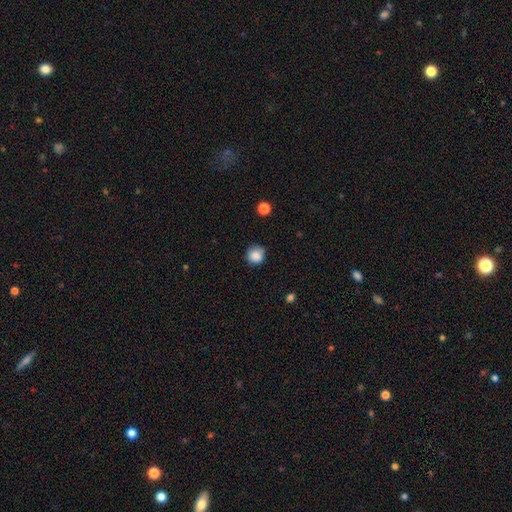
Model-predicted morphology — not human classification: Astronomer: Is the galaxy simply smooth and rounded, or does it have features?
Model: smooth — 86%.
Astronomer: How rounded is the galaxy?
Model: round — 91%.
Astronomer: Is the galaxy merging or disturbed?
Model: none — 79%.